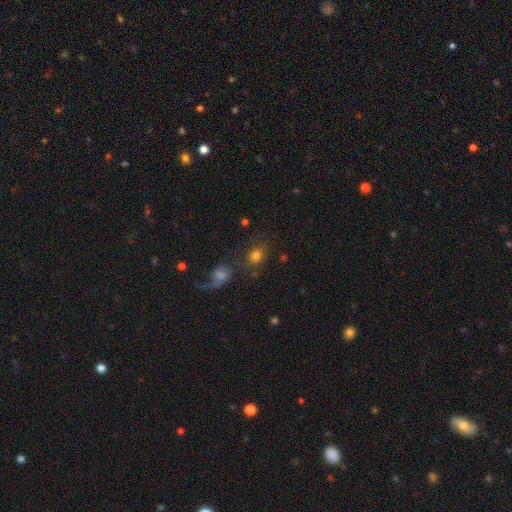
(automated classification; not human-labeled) This is likely a smooth galaxy (74%). How rounded: possibly round (55%). Merging: possibly none (57%).